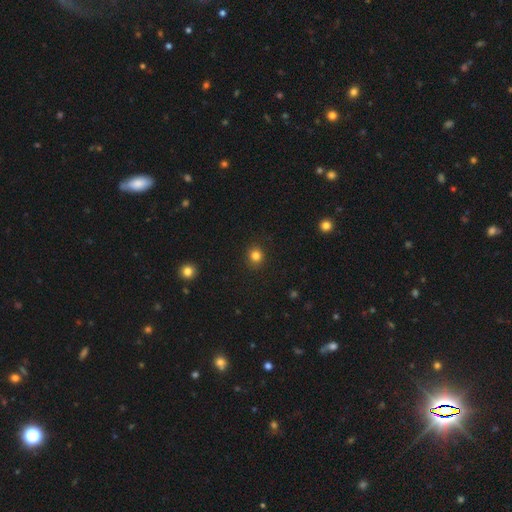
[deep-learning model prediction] smooth 83%, star or artifact 12%, featured or disk 5%. Down the decision tree: how rounded — round (87%); merging — none (90%).